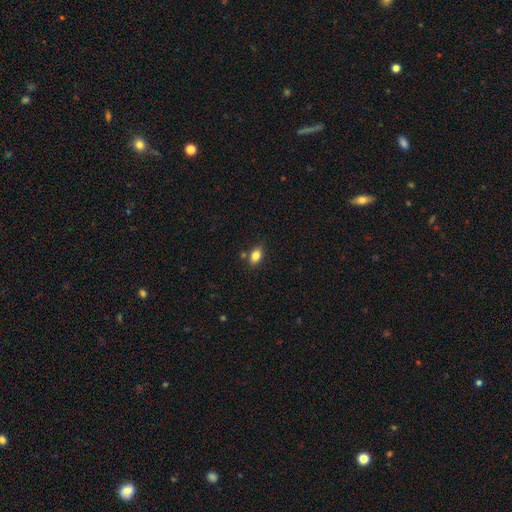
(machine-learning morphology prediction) smooth_or_featured: smooth (p=0.83) [alt: star or artifact p=0.09]
how_rounded: in between (p=0.87) [alt: round p=0.10]
merging: none (p=0.78) [alt: minor disturbance p=0.13]